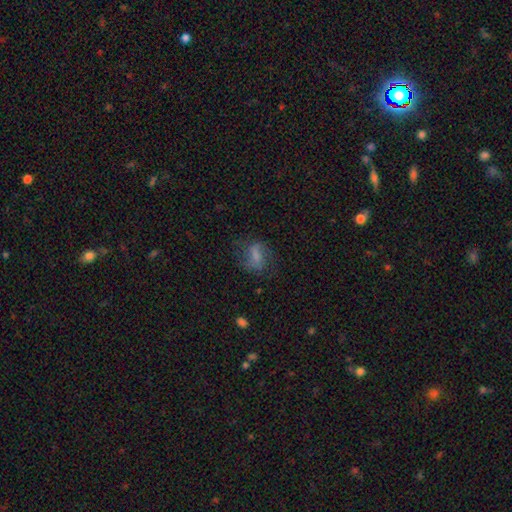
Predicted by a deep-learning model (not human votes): This is possibly a smooth galaxy (48%). Merging: possibly none (58%).